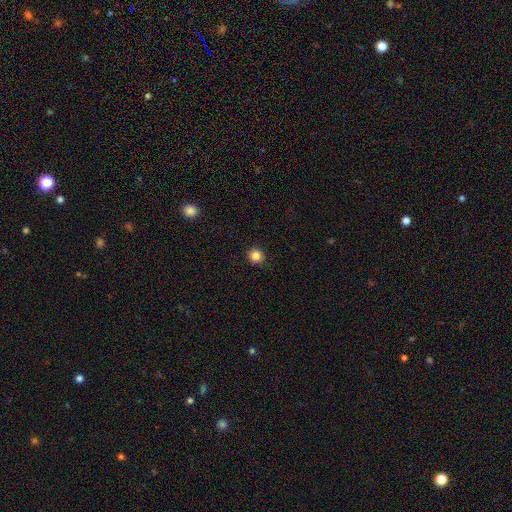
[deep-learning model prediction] This is clearly a smooth galaxy (85%). How rounded: clearly round (92%). Merging: clearly none (91%).